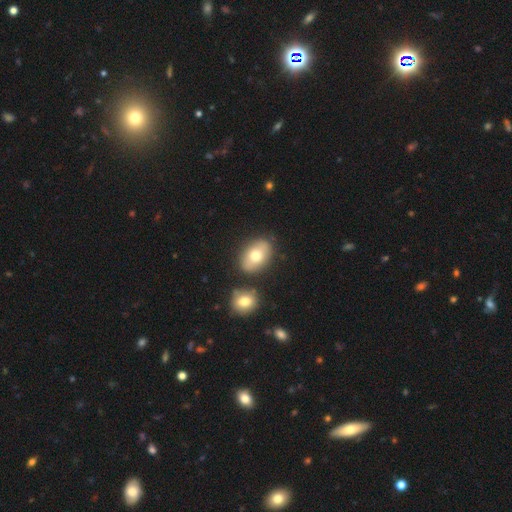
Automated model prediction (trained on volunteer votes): A smooth galaxy with no disk features (72%) that is in between round and cigar-shaped (80%).

Vote fractions:
- Smooth or featured? smooth: 72% / featured or disk: 21% / star or artifact: 8%
- How rounded? in between: 80% / round: 18% / cigar-shaped: 1%
- Merging? none: 76% / minor disturbance: 11% / merger: 10% / major disturbance: 3%